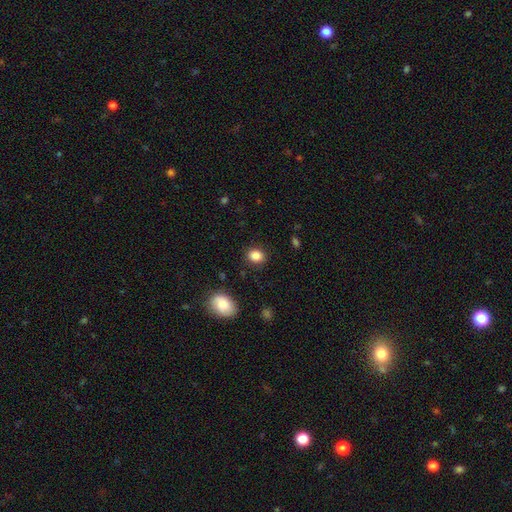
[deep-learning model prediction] A smooth galaxy with no disk features (86%) that is in between round and cigar-shaped (52%).

Vote fractions:
- Smooth or featured? smooth: 86% / star or artifact: 9% / featured or disk: 4%
- How rounded? in between: 52% / round: 47% / cigar-shaped: 1%
- Merging? none: 87% / minor disturbance: 9% / major disturbance: 3% / merger: 1%